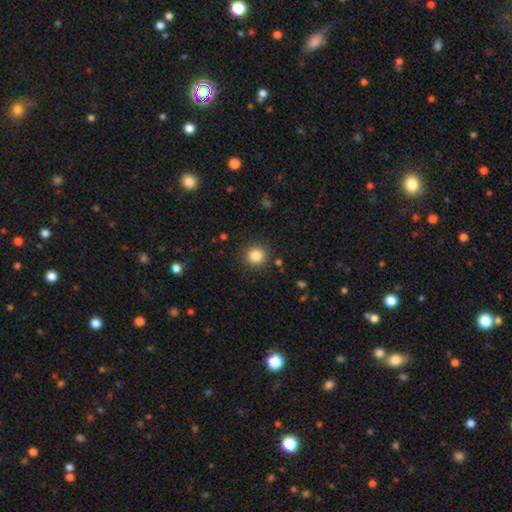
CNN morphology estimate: This appears to be a smooth galaxy with no disk features (83%) that is round (92%). Merging: none (89%).